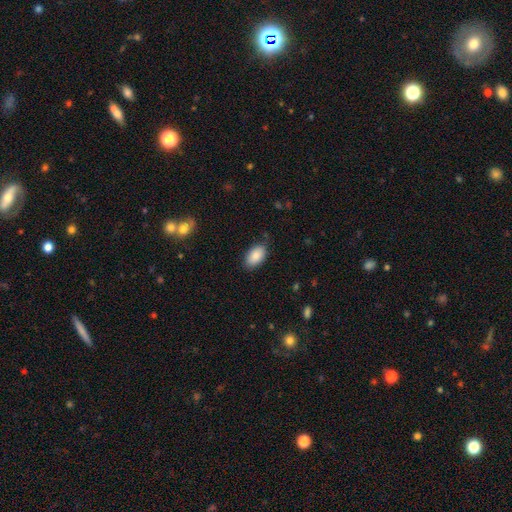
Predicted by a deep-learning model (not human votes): Smooth or featured? smooth (89%)
How rounded? in between (94%)
Merging? none (83%)